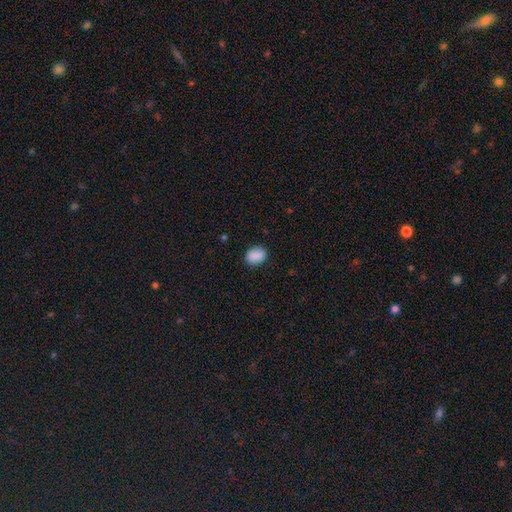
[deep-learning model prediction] Morphology: type=smooth (89%); roundness=in between (67%); merging=none (85%).